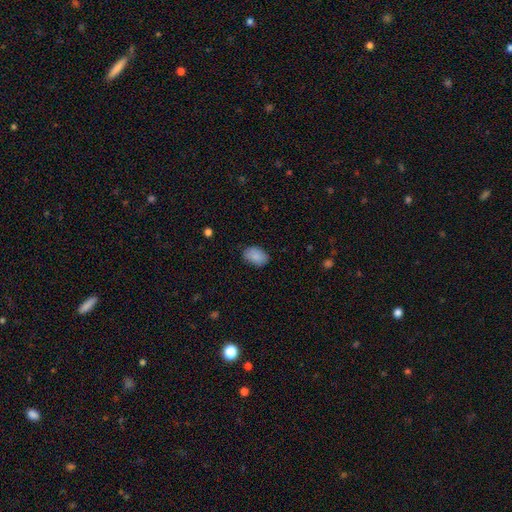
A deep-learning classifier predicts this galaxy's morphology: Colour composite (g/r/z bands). It shows a smooth galaxy with no disk features (88%) that is in between round and cigar-shaped (86%). Merging: none (81%).